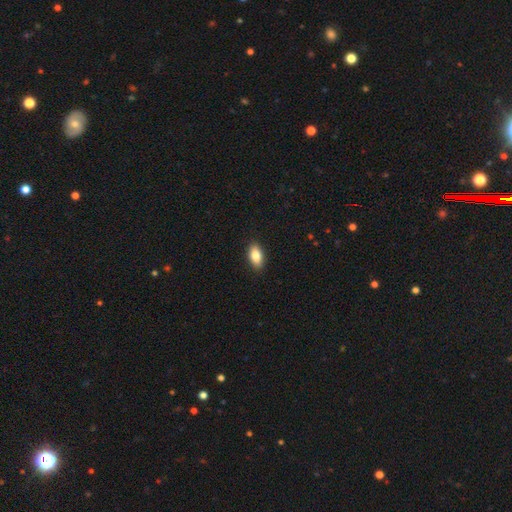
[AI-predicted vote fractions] A smooth galaxy with no disk features (83%) that is in between round and cigar-shaped (89%). Merging: none (90%).